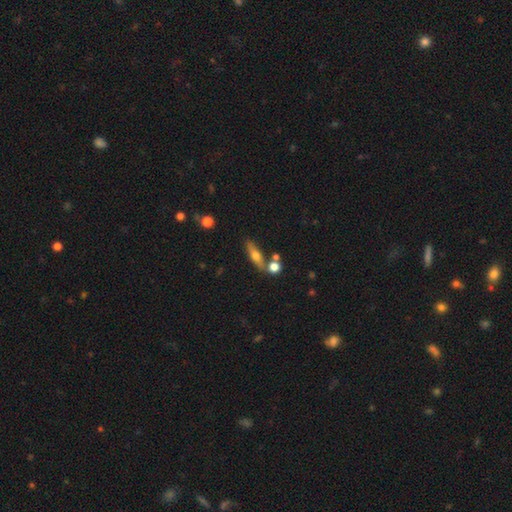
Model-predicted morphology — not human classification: featured or disk 49%, smooth 43%, star or artifact 8%. Down the decision tree: merging — none (72%).